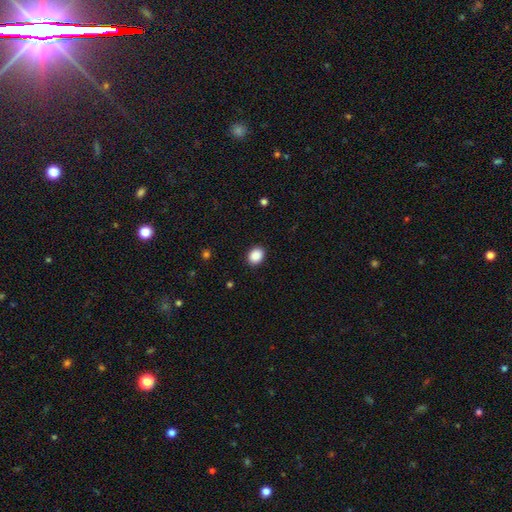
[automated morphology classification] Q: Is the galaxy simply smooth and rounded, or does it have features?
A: smooth — 89%.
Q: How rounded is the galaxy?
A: round — 53%.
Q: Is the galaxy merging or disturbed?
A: none — 90%.